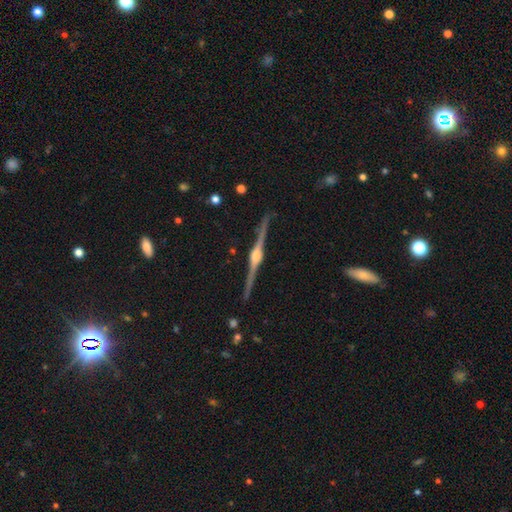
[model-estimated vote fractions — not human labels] smooth_or_featured: featured or disk (p=0.91) [alt: star or artifact p=0.05]
disk_edge_on: yes (p=0.99) [alt: no p=0.01]
edge_on_bulge: rounded (p=0.91) [alt: boxy p=0.06]
merging: none (p=0.92) [alt: minor disturbance p=0.06]